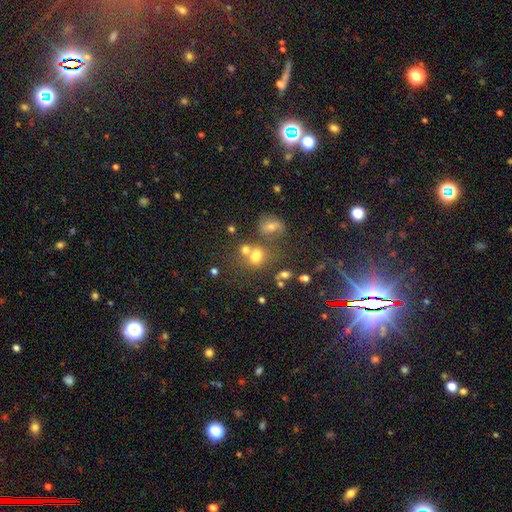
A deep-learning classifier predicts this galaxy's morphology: This is likely a smooth galaxy (65%). How rounded: possibly in between (50%). Merging: marginally merger (41%).